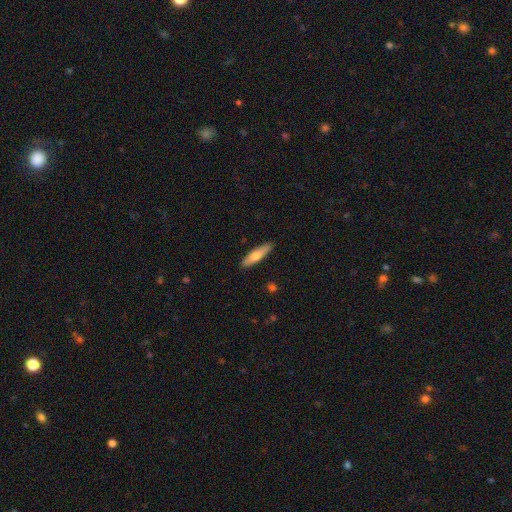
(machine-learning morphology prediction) This appears to be a smooth galaxy with no disk features (65%) that is cigar-shaped (75%). Merging: none (89%).